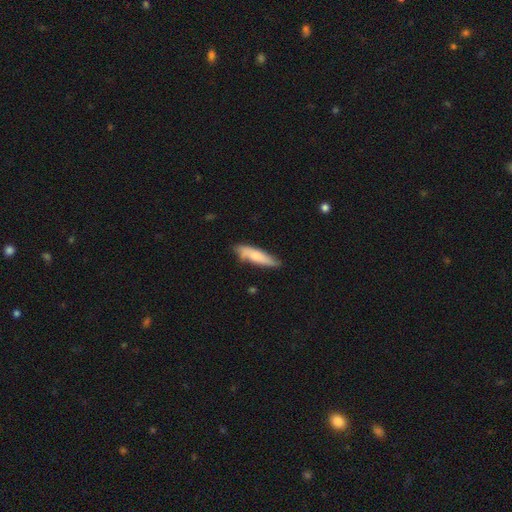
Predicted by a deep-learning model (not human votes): smooth-or-featured: smooth: 70% | featured or disk: 25% | star or artifact: 6%
  how-rounded: cigar-shaped: 71% | in between: 27% | round: 2%
  merging: none: 68% | minor disturbance: 24% | major disturbance: 4% | merger: 4%